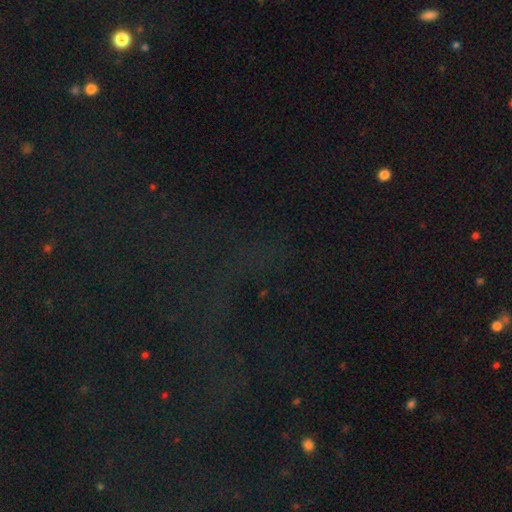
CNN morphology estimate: Overall: star or artifact (75%).